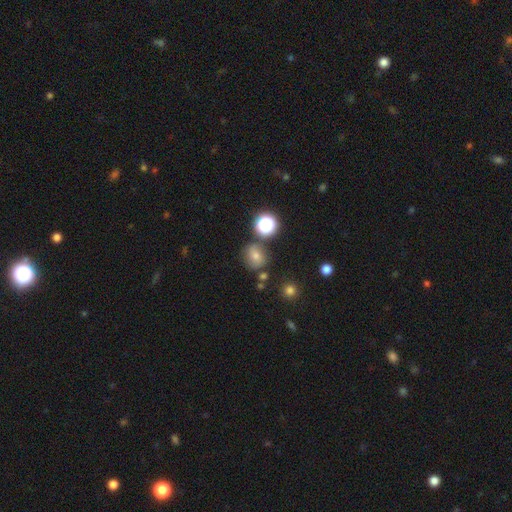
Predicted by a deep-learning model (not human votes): smooth 54%, star or artifact 31%, featured or disk 15%. Down the decision tree: how rounded — round (71%); merging — none (74%).